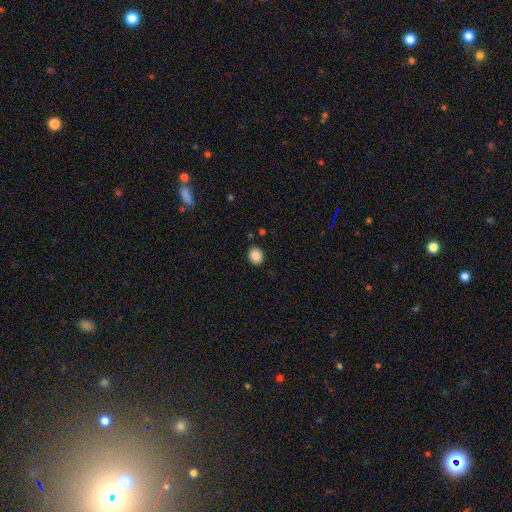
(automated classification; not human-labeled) smooth 88%, star or artifact 9%, featured or disk 3%. Down the decision tree: how rounded — round (65%); merging — none (89%).